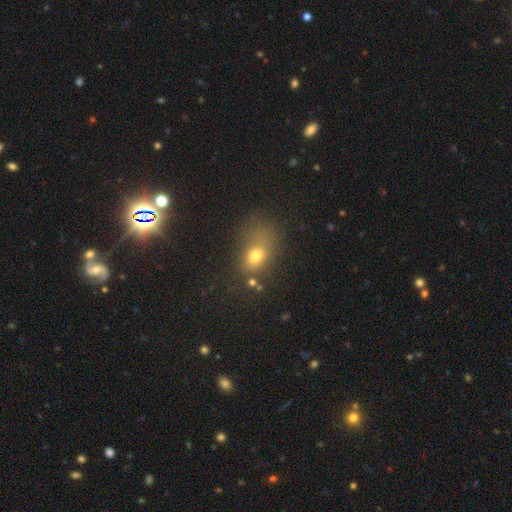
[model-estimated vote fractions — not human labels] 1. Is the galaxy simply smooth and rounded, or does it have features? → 68% smooth, 19% star or artifact, 13% featured or disk.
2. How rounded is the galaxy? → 67% in between, 30% round, 2% cigar-shaped.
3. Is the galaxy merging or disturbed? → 50% none, 23% minor disturbance, 19% major disturbance, 8% merger.